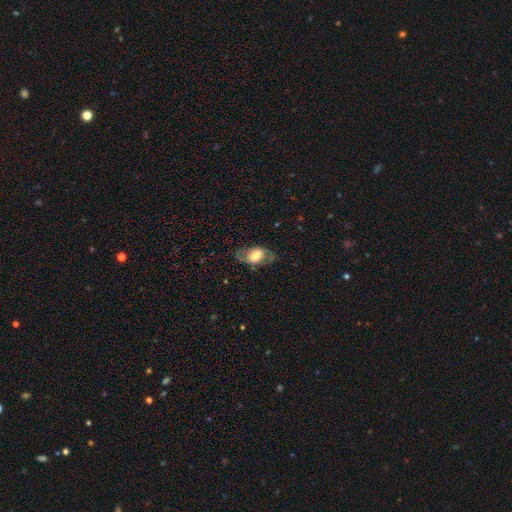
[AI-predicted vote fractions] The model was most divided on "smooth or featured": smooth: 51%, featured or disk: 42%, star or artifact: 7%. More confident: how rounded — in between (87%); merging — none (72%).